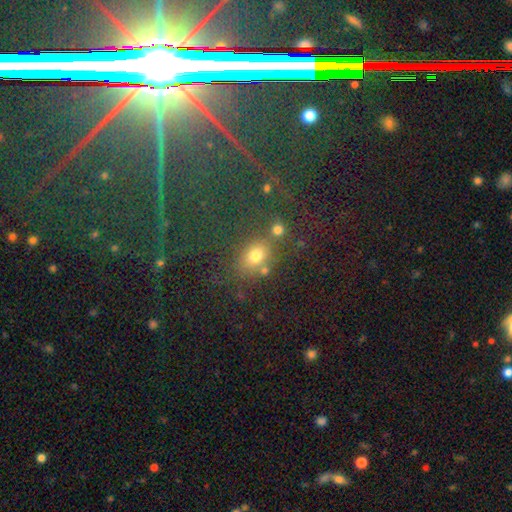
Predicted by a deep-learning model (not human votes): smooth_or_featured: smooth (p=0.66) [alt: star or artifact p=0.23]
how_rounded: round (p=0.55) [alt: in between p=0.43]
merging: none (p=0.60) [alt: merger p=0.20]